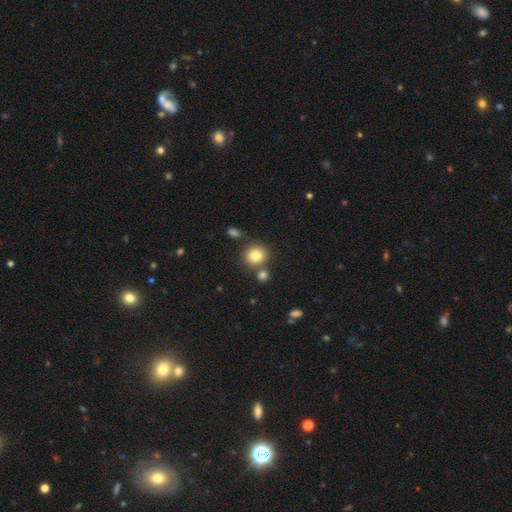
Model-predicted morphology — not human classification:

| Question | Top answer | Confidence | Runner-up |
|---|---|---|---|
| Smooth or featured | smooth | 82% | star or artifact (11%) |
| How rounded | round | 86% | in between (13%) |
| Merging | none | 71% | merger (17%) |